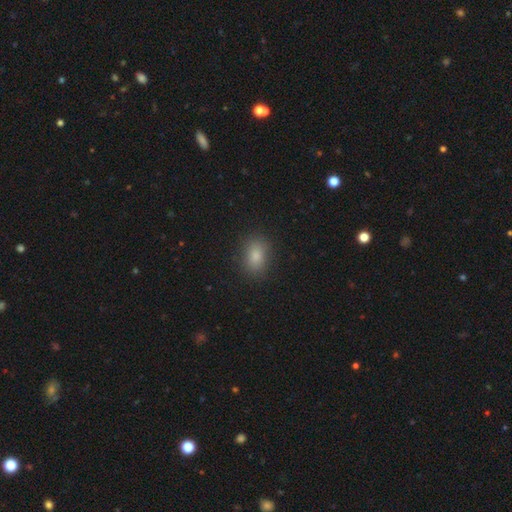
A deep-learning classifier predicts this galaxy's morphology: The model was most divided on "how rounded": in between: 76%, round: 22%, cigar-shaped: 2%. More confident: merging — none (86%); smooth or featured — smooth (84%).